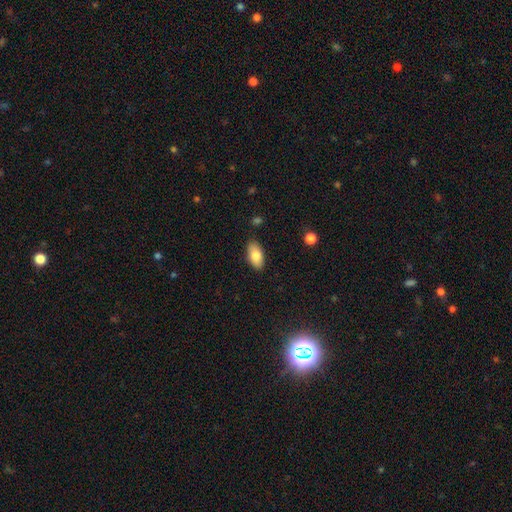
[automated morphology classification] type=smooth (82%); roundness=in between (93%); merging=none (86%).